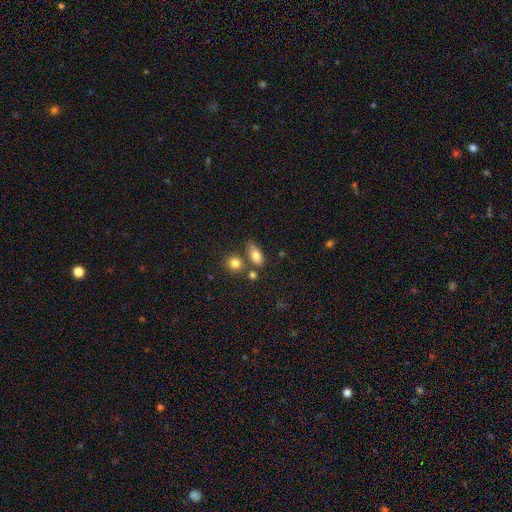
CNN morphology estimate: Smooth or featured? Predicted: smooth (p=0.79). How rounded? Predicted: in between (p=0.80). Merging? Predicted: none (p=0.59).